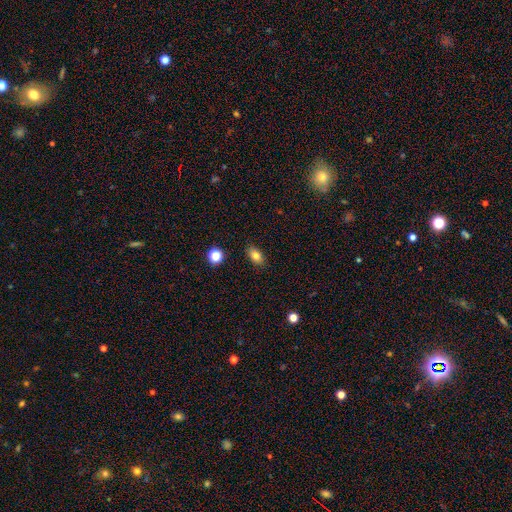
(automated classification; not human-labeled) smooth_or_featured: smooth (p=0.81) [alt: star or artifact p=0.11]
how_rounded: in between (p=0.86) [alt: round p=0.11]
merging: none (p=0.87) [alt: minor disturbance p=0.10]